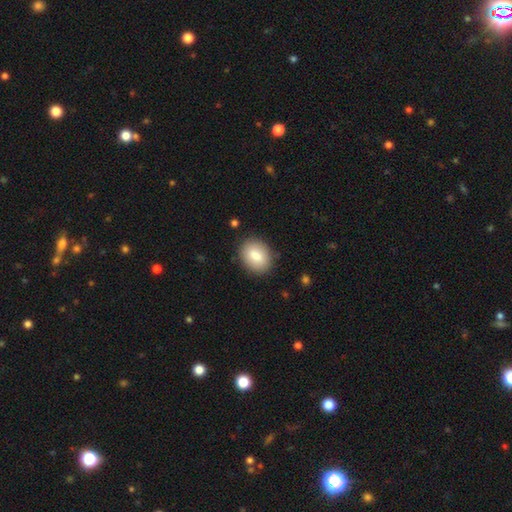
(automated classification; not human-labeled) This is clearly a smooth galaxy (83%). How rounded: likely in between (68%). Merging: clearly none (86%).